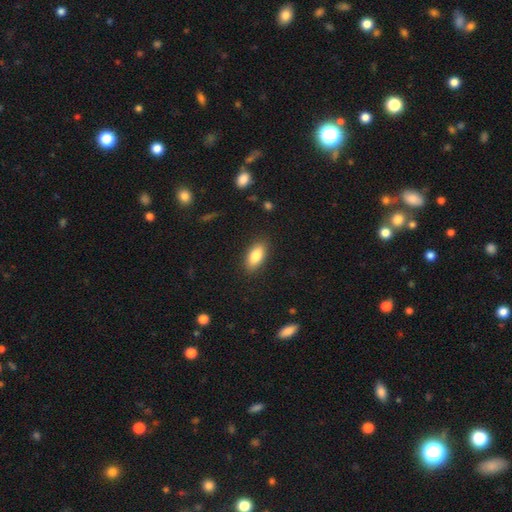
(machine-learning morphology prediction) A smooth galaxy with no disk features (82%) that is in between round and cigar-shaped (87%).

Vote fractions:
- Smooth or featured? smooth: 82% / featured or disk: 11% / star or artifact: 7%
- How rounded? in between: 87% / cigar-shaped: 10% / round: 4%
- Merging? none: 87% / minor disturbance: 9% / major disturbance: 2% / merger: 1%